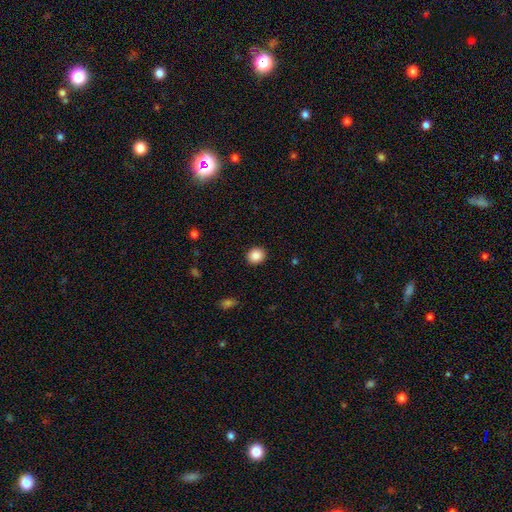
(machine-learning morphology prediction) smooth-or-featured: smooth: 87% | star or artifact: 9% | featured or disk: 4%
  how-rounded: round: 80% | in between: 19% | cigar-shaped: 1%
  merging: none: 91% | minor disturbance: 6% | major disturbance: 2% | merger: 1%